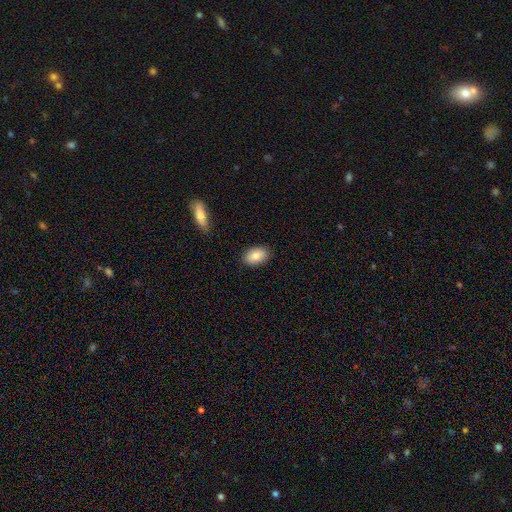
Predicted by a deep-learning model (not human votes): A smooth galaxy with no disk features (83%) that is in between round and cigar-shaped (91%).

Vote fractions:
- Smooth or featured? smooth: 83% / featured or disk: 11% / star or artifact: 7%
- How rounded? in between: 91% / round: 8% / cigar-shaped: 2%
- Merging? none: 87% / minor disturbance: 9% / major disturbance: 2% / merger: 1%